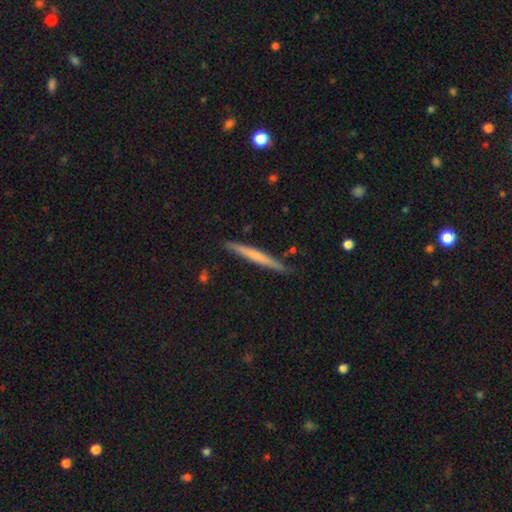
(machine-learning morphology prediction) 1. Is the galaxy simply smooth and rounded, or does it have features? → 53% smooth, 41% featured or disk, 6% star or artifact.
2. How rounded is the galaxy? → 97% cigar-shaped, 2% in between, 1% round.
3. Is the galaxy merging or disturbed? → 88% none, 9% minor disturbance, 2% merger, 2% major disturbance.